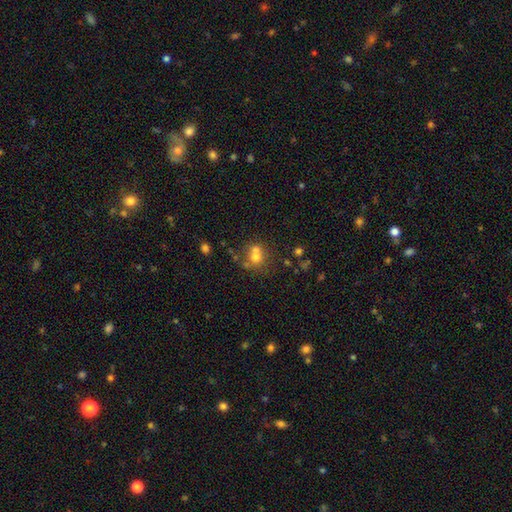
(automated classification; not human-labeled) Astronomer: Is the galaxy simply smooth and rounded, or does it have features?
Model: smooth — 63%.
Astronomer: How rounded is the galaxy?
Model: round — 79%.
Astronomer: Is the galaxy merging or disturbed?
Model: merger — 51% (runner-up: none, 37%).